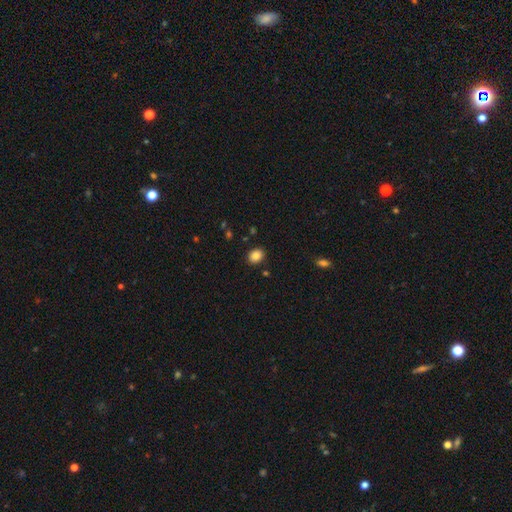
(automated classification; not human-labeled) The model was most divided on "how rounded": round: 52%, in between: 47%, cigar-shaped: 1%. More confident: merging — none (88%); smooth or featured — smooth (86%).